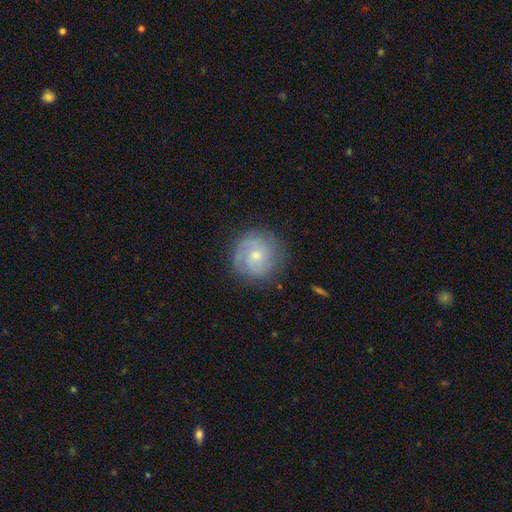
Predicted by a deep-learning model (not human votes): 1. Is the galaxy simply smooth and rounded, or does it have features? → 60% featured or disk, 33% smooth, 7% star or artifact.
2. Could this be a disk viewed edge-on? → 98% no, 2% yes.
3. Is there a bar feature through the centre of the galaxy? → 67% no, 29% weak, 3% strong.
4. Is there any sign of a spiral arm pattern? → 88% yes, 12% no.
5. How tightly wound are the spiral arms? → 53% tight, 34% medium, 13% loose.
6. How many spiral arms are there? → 41% 2, 29% can't tell, 14% 3, 10% 1, 4% 4, 3% more than 4.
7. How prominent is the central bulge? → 53% small, 41% moderate, 3% none, 2% large, 1% dominant.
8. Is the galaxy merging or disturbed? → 80% none, 14% minor disturbance, 5% major disturbance, 1% merger.